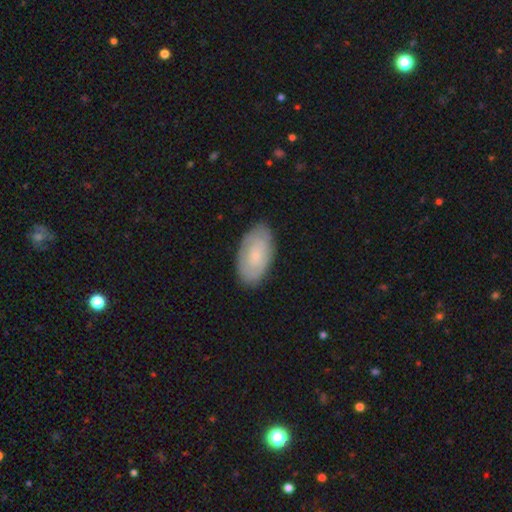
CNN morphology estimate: The model was most divided on "smooth or featured": smooth: 54%, featured or disk: 40%, star or artifact: 6%. More confident: how rounded — in between (94%); merging — none (82%).